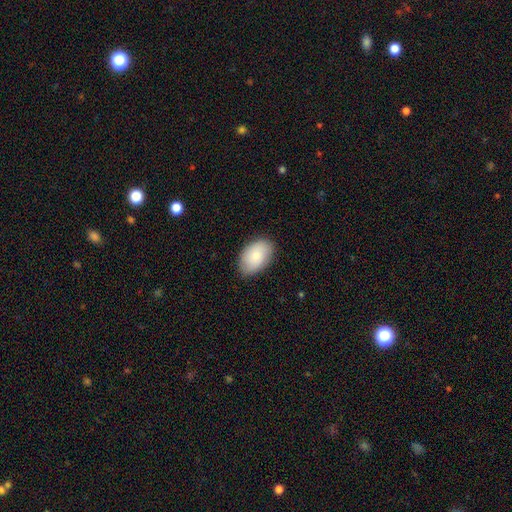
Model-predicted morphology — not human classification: A smooth galaxy with no disk features (81%) that is in between round and cigar-shaped (92%).

Vote fractions:
- Smooth or featured? smooth: 81% / featured or disk: 13% / star or artifact: 6%
- How rounded? in between: 92% / round: 7% / cigar-shaped: 1%
- Merging? none: 84% / minor disturbance: 13% / major disturbance: 2% / merger: 1%